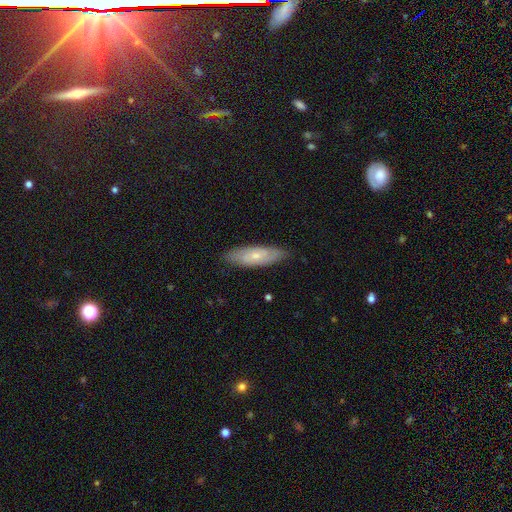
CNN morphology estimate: This appears to be a featured or disk galaxy (49%). Merging: none (82%).